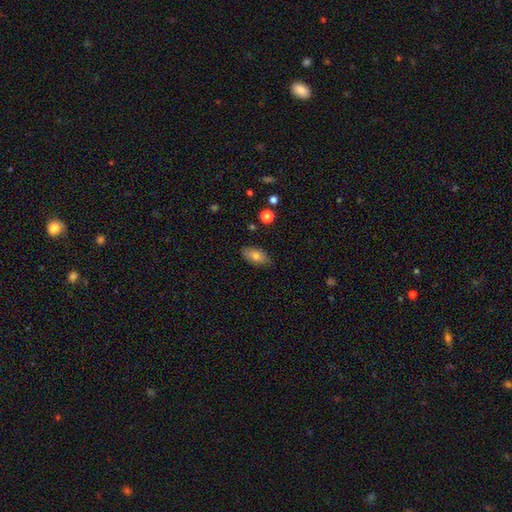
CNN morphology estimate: A smooth galaxy with no disk features (76%) that is in between round and cigar-shaped (89%).

Vote fractions:
- Smooth or featured? smooth: 76% / featured or disk: 16% / star or artifact: 8%
- How rounded? in between: 89% / cigar-shaped: 5% / round: 5%
- Merging? none: 84% / minor disturbance: 13% / major disturbance: 2% / merger: 1%